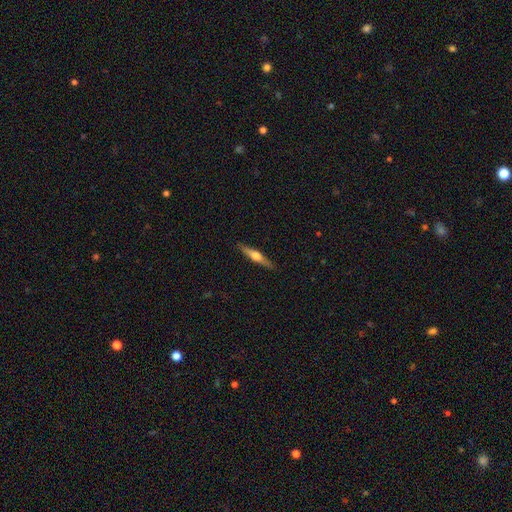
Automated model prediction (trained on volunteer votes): The model was most divided on "smooth or featured": featured or disk: 57%, smooth: 37%, star or artifact: 6%. More confident: edge-on disk — yes (96%); edge-on bulge — rounded (90%); merging — none (90%).